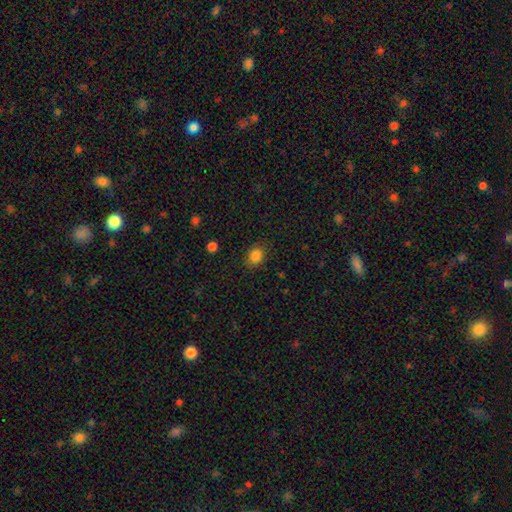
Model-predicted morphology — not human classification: A smooth galaxy with no disk features (84%) that is round (51%). Merging: none (85%).